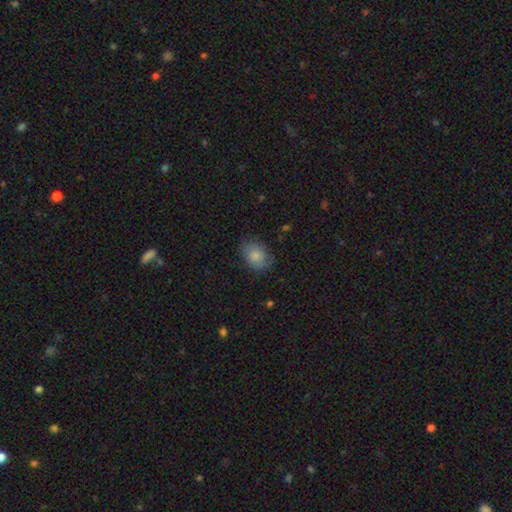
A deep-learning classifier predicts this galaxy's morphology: A smooth galaxy with no disk features (82%) that is in between round and cigar-shaped (65%).

Vote fractions:
- Smooth or featured? smooth: 82% / featured or disk: 10% / star or artifact: 8%
- How rounded? in between: 65% / round: 33% / cigar-shaped: 1%
- Merging? none: 74% / minor disturbance: 19% / major disturbance: 6% / merger: 1%